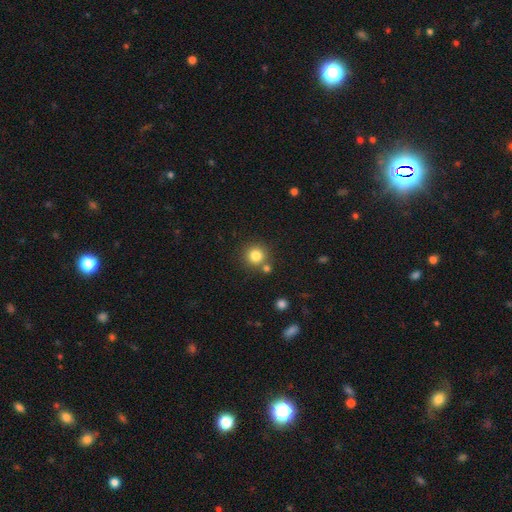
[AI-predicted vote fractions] Smooth or featured: smooth — 81% (star or artifact — 12%)
How rounded: round — 93% (in between — 6%)
Merging: none — 77% (merger — 13%)